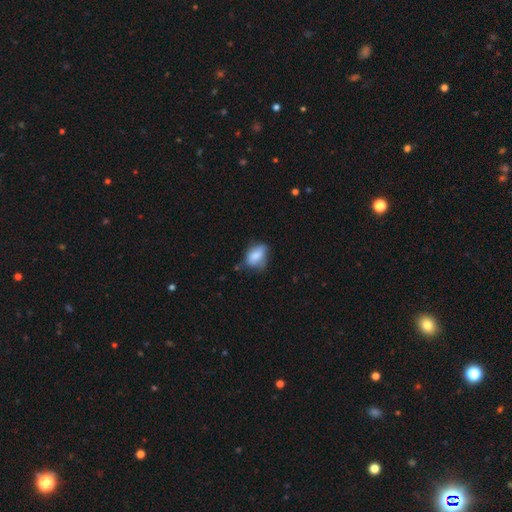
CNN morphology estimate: A smooth galaxy with no disk features (73%) that is in between round and cigar-shaped (81%).

Vote fractions:
- Smooth or featured? smooth: 73% / featured or disk: 18% / star or artifact: 8%
- How rounded? in between: 81% / round: 15% / cigar-shaped: 4%
- Merging? none: 47% / minor disturbance: 37% / major disturbance: 12% / merger: 4%